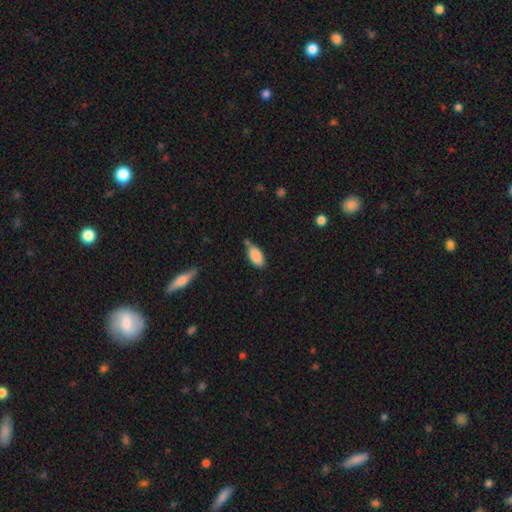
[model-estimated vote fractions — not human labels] Overall: smooth (87%). How rounded: in between (91%). Merging: none (59%; minor disturbance 26%).